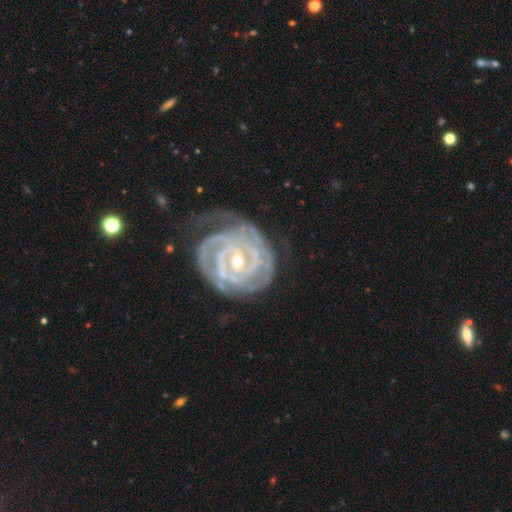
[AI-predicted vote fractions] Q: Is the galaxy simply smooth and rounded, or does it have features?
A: featured or disk — 90%.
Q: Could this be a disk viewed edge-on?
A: no — 98%.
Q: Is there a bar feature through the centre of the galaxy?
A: weak — 40%.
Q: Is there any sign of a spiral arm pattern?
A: yes — 96%.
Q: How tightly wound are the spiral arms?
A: tight — 73%.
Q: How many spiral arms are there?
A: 2 — 34%.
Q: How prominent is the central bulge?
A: small — 56%.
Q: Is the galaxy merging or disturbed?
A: none — 54%.